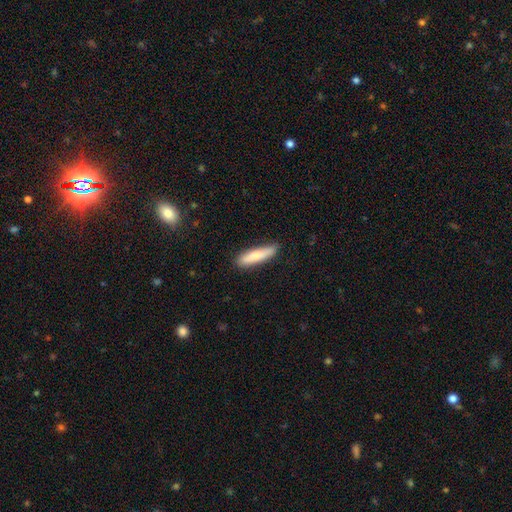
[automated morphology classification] Smooth or featured? smooth (80%)
How rounded? cigar-shaped (79%)
Merging? none (84%)